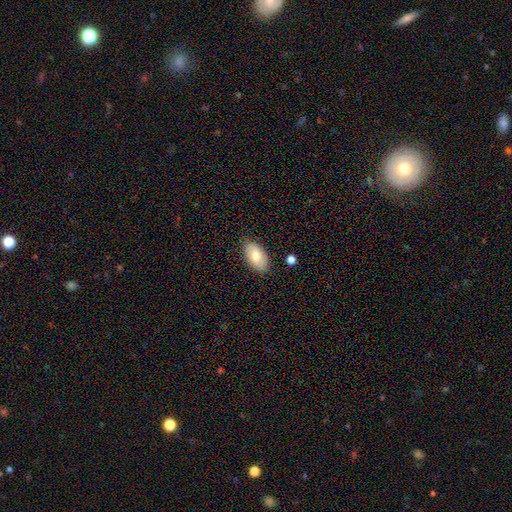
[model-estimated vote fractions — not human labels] This is likely a smooth galaxy (76%). How rounded: clearly in between (94%). Merging: clearly none (85%).